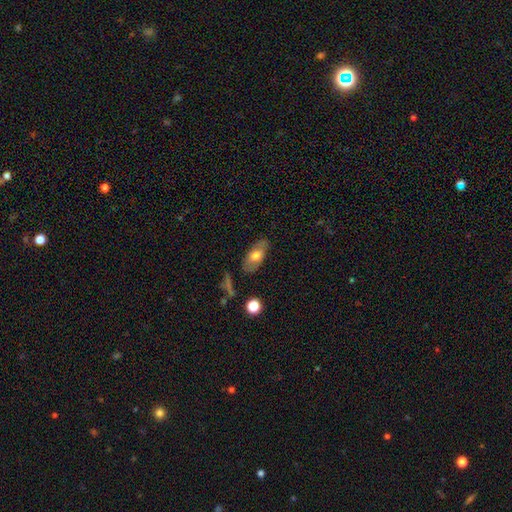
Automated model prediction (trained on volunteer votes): Q: Smooth or featured?
A: smooth (61%); runner-up: featured or disk (32%)
Q: How rounded?
A: in between (89%); runner-up: cigar-shaped (7%)
Q: Merging?
A: none (76%); runner-up: minor disturbance (17%)